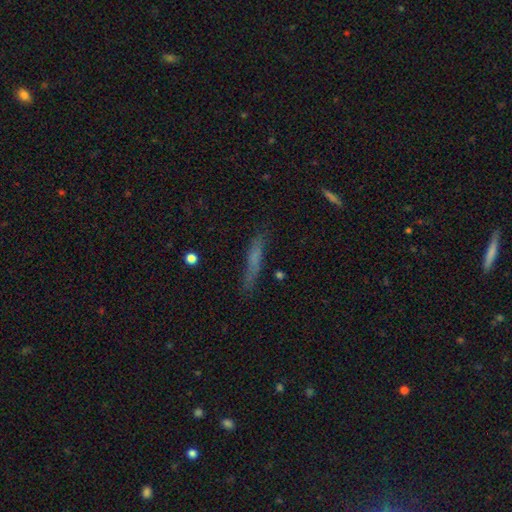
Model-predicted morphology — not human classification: The model was most divided on "smooth or featured": smooth: 53%, featured or disk: 34%, star or artifact: 13%. More confident: how rounded — cigar-shaped (91%); merging — none (77%).